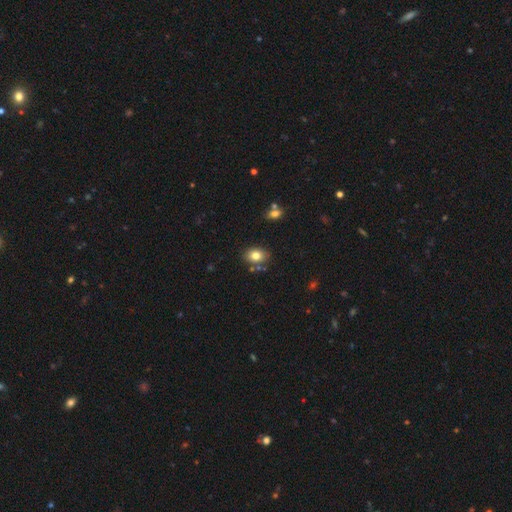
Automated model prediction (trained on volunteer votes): This appears to be a smooth galaxy with no disk features (79%) that is in between round and cigar-shaped (68%). Merging: none (79%).